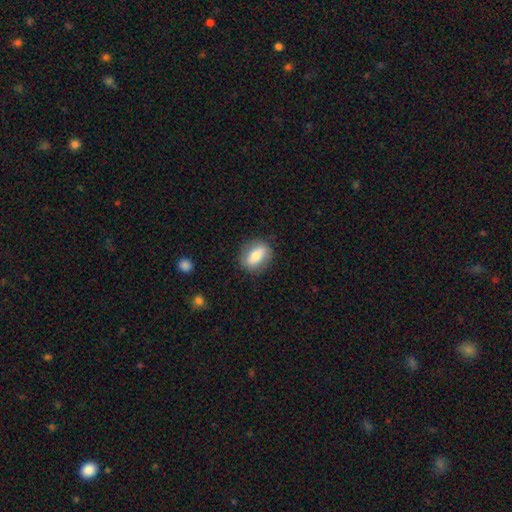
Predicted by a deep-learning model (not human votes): smooth-or-featured: smooth: 70% | featured or disk: 23% | star or artifact: 7%
  how-rounded: in between: 71% | round: 25% | cigar-shaped: 4%
  merging: none: 83% | minor disturbance: 12% | major disturbance: 4% | merger: 1%